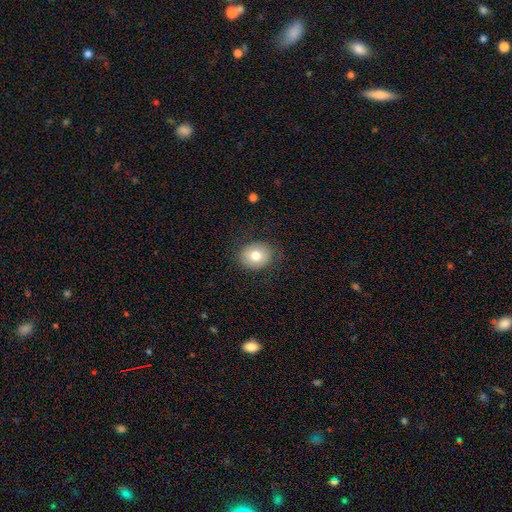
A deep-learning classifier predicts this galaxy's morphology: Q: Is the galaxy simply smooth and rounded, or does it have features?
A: smooth — 76%.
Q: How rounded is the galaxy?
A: round — 59%.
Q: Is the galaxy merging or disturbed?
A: none — 82%.